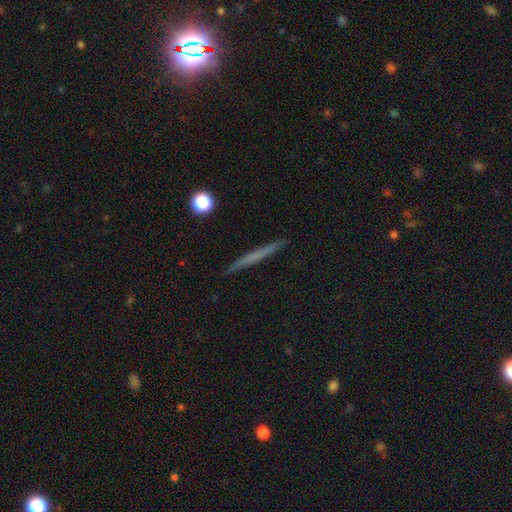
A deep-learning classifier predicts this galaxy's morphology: Overall: smooth (49%; featured or disk 44%). Merging: none (91%).